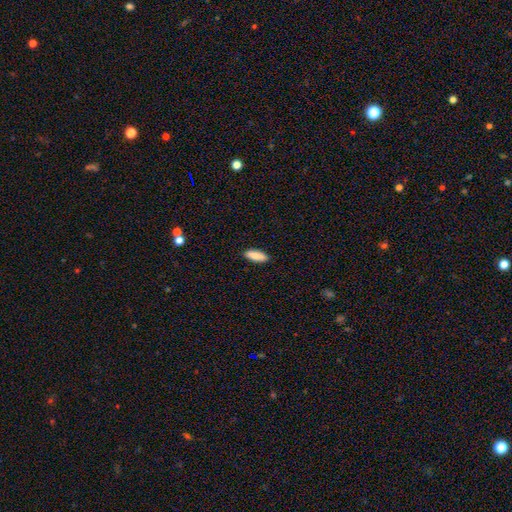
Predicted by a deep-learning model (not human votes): Smooth or featured: smooth — 87% (featured or disk — 7%)
How rounded: in between — 69% (cigar-shaped — 30%)
Merging: none — 90% (minor disturbance — 7%)